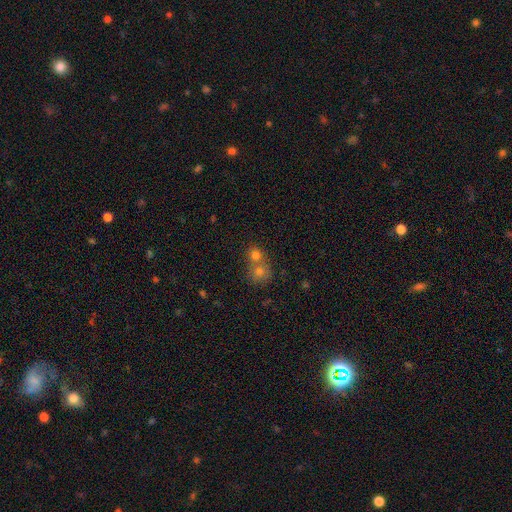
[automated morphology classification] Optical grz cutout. It shows a smooth galaxy with no disk features (74%) that is round (81%). Merging: merger (55%).